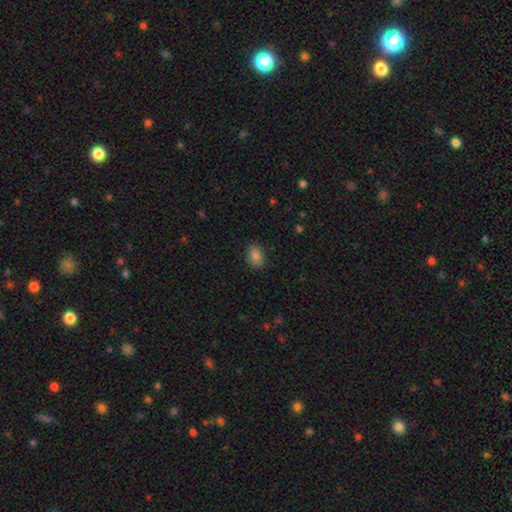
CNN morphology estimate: Overall: smooth (82%). How rounded: in between (76%). Merging: none (87%).